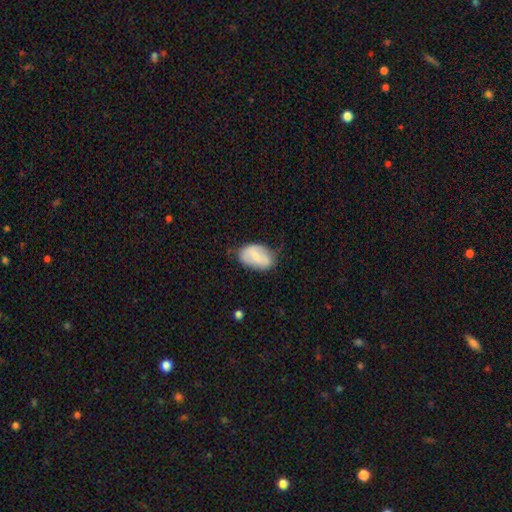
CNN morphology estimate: This appears to be a smooth galaxy with no disk features (65%) that is in between round and cigar-shaped (90%). Merging: none (61%).